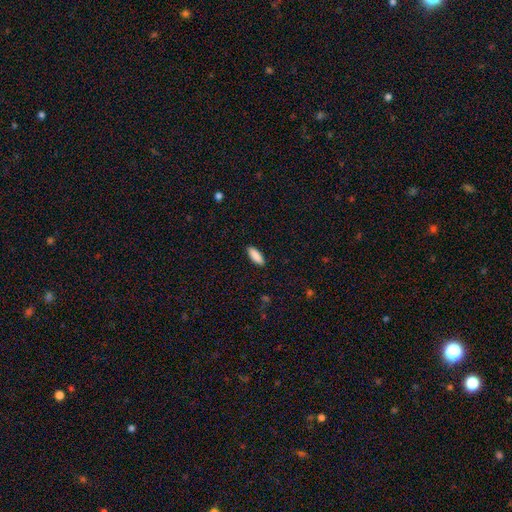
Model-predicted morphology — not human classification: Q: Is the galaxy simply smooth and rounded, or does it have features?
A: smooth — 90%.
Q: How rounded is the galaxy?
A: in between — 67%.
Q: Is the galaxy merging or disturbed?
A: none — 90%.